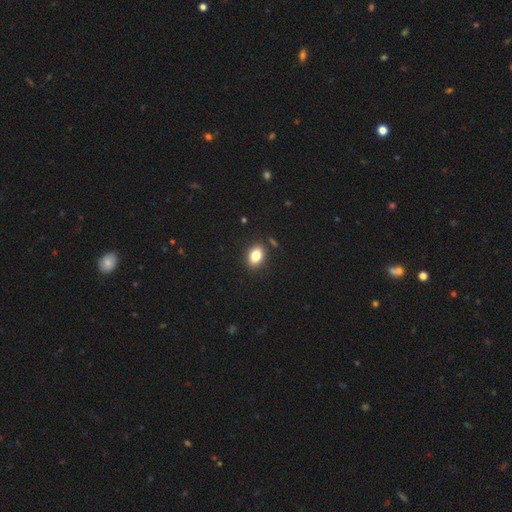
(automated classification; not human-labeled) Smooth or featured? Predicted: smooth (p=0.82). How rounded? Predicted: in between (p=0.77). Merging? Predicted: none (p=0.87).